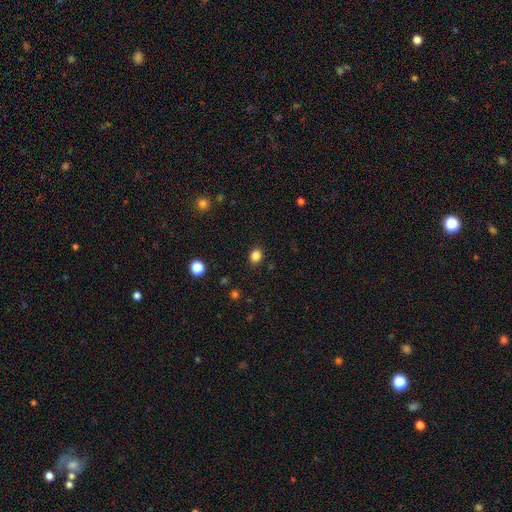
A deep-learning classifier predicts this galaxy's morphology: smooth 84%, star or artifact 12%, featured or disk 4%. Down the decision tree: how rounded — round (53%); merging — none (88%).